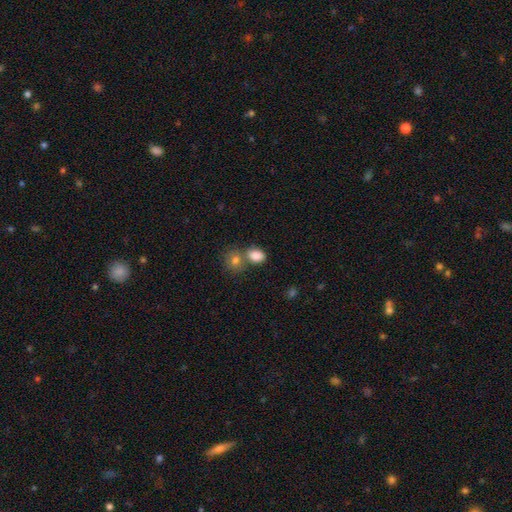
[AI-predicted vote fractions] Smooth or featured? smooth (84%)
How rounded? in between (69%)
Merging? none (47%)